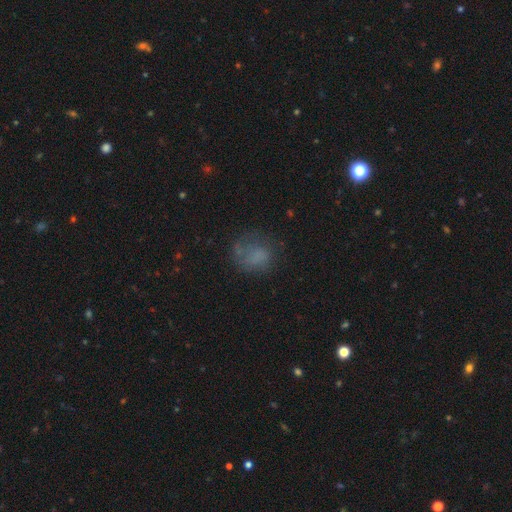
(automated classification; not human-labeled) Smooth or featured? Predicted: smooth (p=0.62). How rounded? Predicted: round (p=0.66). Merging? Predicted: none (p=0.52).